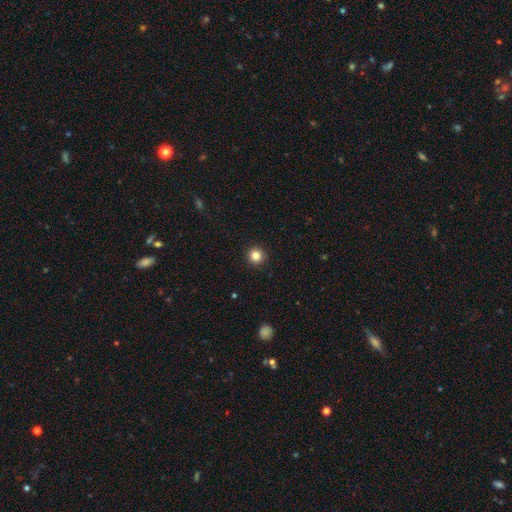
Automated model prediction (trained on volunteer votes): smooth_or_featured: smooth (p=0.83) [alt: star or artifact p=0.12]
how_rounded: round (p=0.95) [alt: in between p=0.04]
merging: none (p=0.93) [alt: minor disturbance p=0.04]